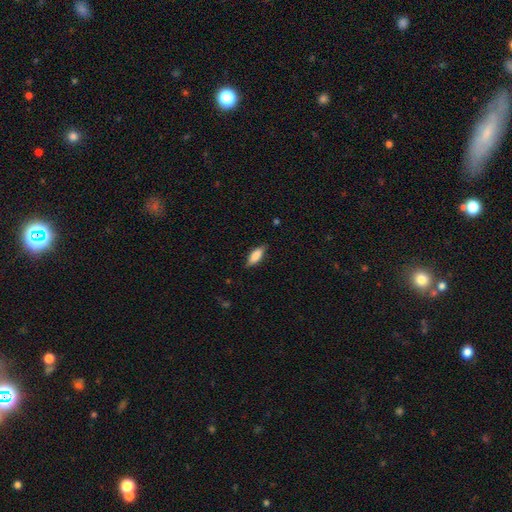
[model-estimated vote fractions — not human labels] Smooth or featured?
  - smooth: 84% *
  - featured or disk: 10%
  - star or artifact: 6%
How rounded?
  - in between: 71% *
  - cigar-shaped: 27%
  - round: 2%
Merging?
  - none: 82% *
  - minor disturbance: 14%
  - major disturbance: 3%
  - merger: 1%